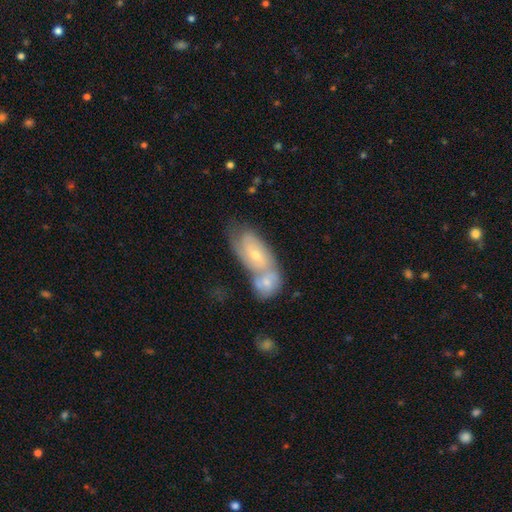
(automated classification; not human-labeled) The model was most divided on "bulge size": small: 54%, moderate: 42%, large: 1%, none: 1%, dominant: 1%. More confident: edge-on disk — no (92%); spiral arms — yes (77%); bar — no (70%); merging — merger (62%); smooth or featured — featured or disk (61%).